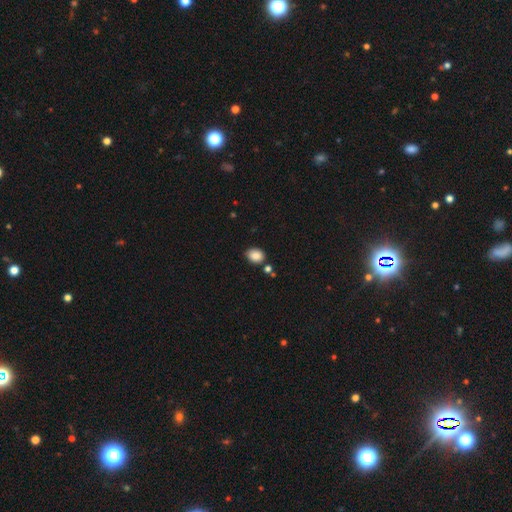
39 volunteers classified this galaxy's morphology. smooth_or_featured: smooth (p=0.90) [alt: star or artifact p=0.08]
how_rounded: round (p=0.57) [alt: in between p=0.43]
merging: none (p=0.83) [alt: merger p=0.08]